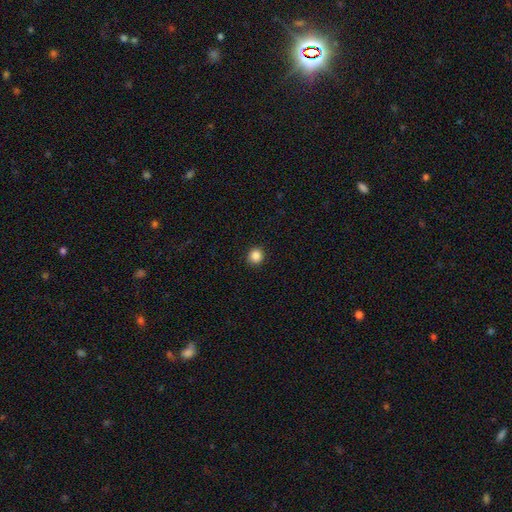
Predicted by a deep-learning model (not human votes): This is clearly a smooth galaxy (86%). How rounded: clearly round (93%). Merging: clearly none (92%).